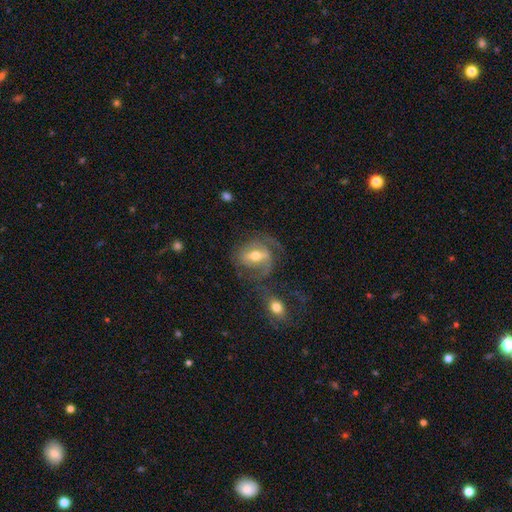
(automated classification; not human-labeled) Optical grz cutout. It shows a featured or disk galaxy (68%) with a weak bar (41%, tied with strong), 2 (56%) medium (45%) spiral arms (81%) and a moderate central bulge (70%). Merging: none (49%).